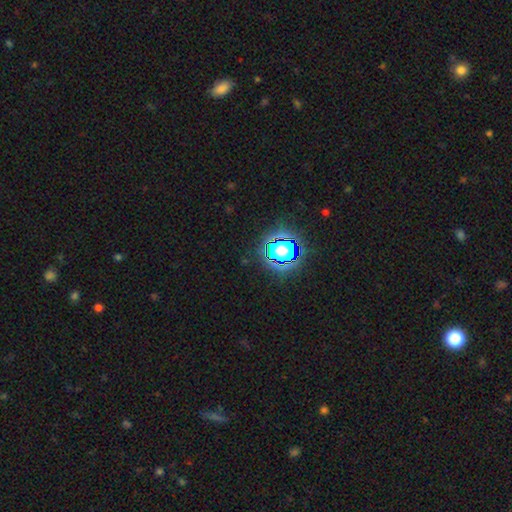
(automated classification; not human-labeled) smooth-or-featured: star or artifact: 78% | smooth: 15% | featured or disk: 7%